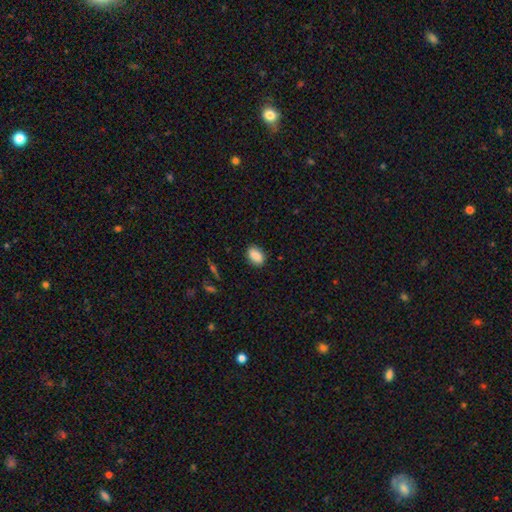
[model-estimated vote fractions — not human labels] Q: Smooth or featured?
A: smooth (88%); runner-up: star or artifact (8%)
Q: How rounded?
A: in between (87%); runner-up: round (11%)
Q: Merging?
A: none (86%); runner-up: minor disturbance (10%)